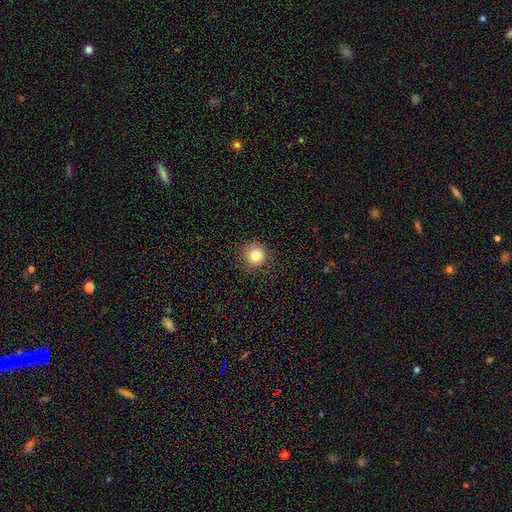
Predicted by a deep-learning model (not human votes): Smooth or featured? Predicted: smooth (p=0.81). How rounded? Predicted: round (p=0.95). Merging? Predicted: none (p=0.90).